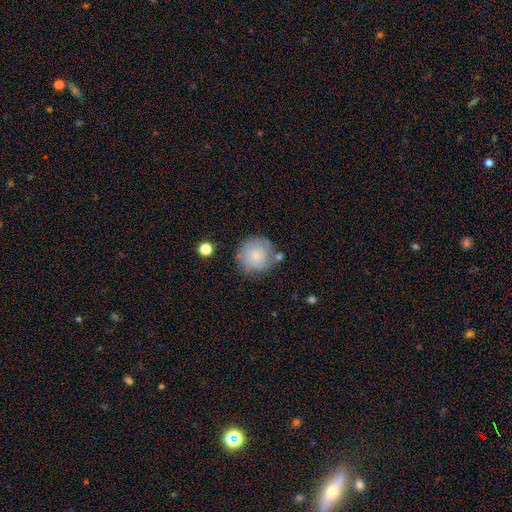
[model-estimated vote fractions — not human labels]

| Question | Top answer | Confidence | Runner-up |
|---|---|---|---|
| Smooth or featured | smooth | 66% | featured or disk (26%) |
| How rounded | round | 92% | in between (7%) |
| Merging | none | 66% | minor disturbance (20%) |